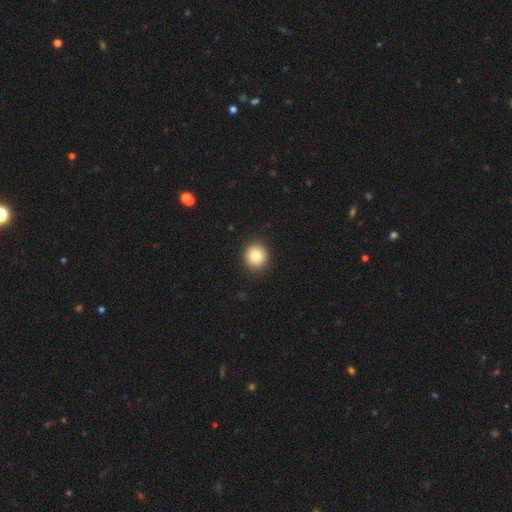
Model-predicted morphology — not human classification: A smooth galaxy with no disk features (84%) that is round (90%). Merging: none (91%).